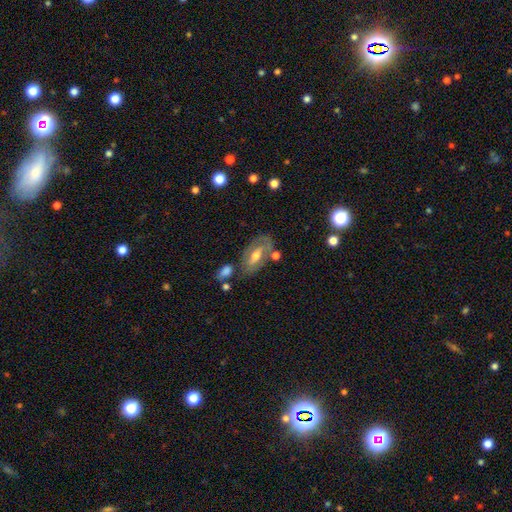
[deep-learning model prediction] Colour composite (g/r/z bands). It shows a featured or disk galaxy (57%). Merging: none (64%).